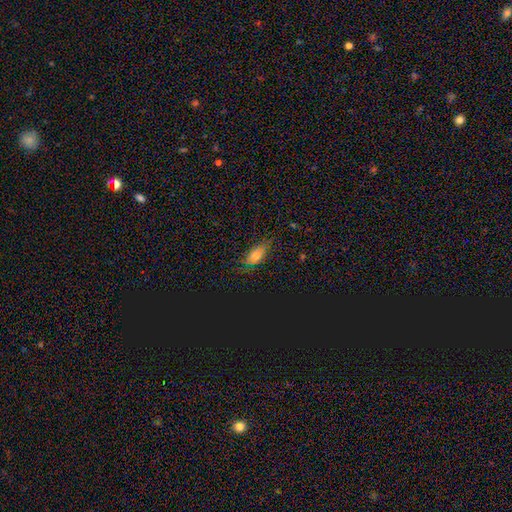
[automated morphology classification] smooth-or-featured: smooth: 58% | star or artifact: 28% | featured or disk: 14%
  how-rounded: in between: 80% | cigar-shaped: 11% | round: 8%
  merging: none: 75% | minor disturbance: 18% | major disturbance: 5% | merger: 2%